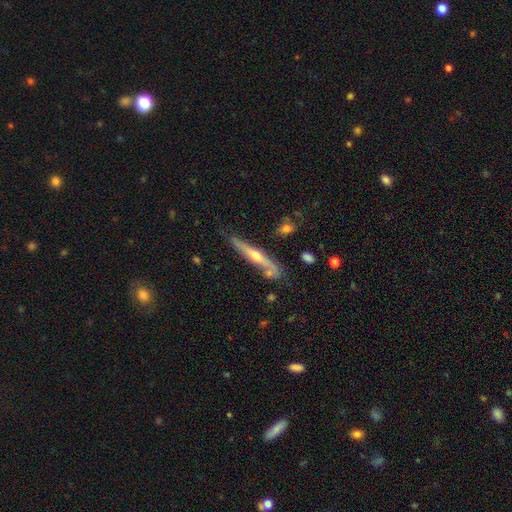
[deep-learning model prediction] This appears to be a featured or disk galaxy (66%) viewed edge-on (93%) with a rounded central bulge (87%). Merging: none (74%).